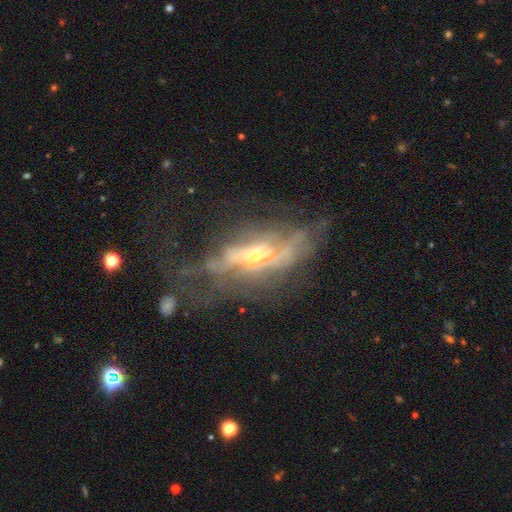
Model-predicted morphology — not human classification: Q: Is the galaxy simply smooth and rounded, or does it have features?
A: featured or disk — 75%.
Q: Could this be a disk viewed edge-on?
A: no — 76%.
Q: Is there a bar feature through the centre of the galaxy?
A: no — 61%.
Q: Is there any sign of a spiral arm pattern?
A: yes — 53%.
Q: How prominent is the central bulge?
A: small — 48%.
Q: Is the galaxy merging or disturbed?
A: major disturbance — 38%.